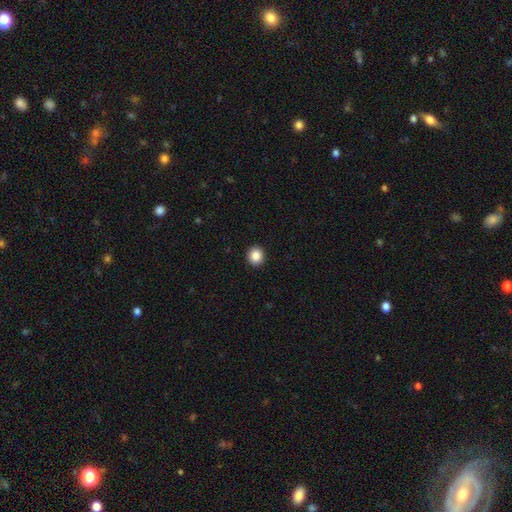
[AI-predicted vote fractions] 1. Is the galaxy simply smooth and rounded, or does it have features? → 87% smooth, 9% star or artifact, 3% featured or disk.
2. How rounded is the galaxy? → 87% round, 12% in between, 1% cigar-shaped.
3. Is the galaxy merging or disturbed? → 93% none, 5% minor disturbance, 2% major disturbance, 1% merger.